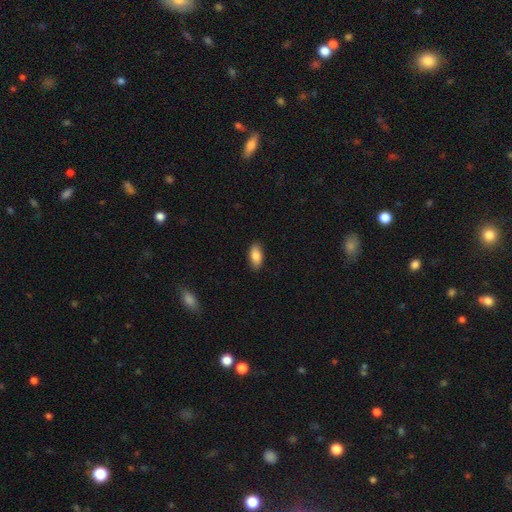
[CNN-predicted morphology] smooth 86%, featured or disk 8%, star or artifact 6%. Down the decision tree: how rounded — in between (90%); merging — none (87%).